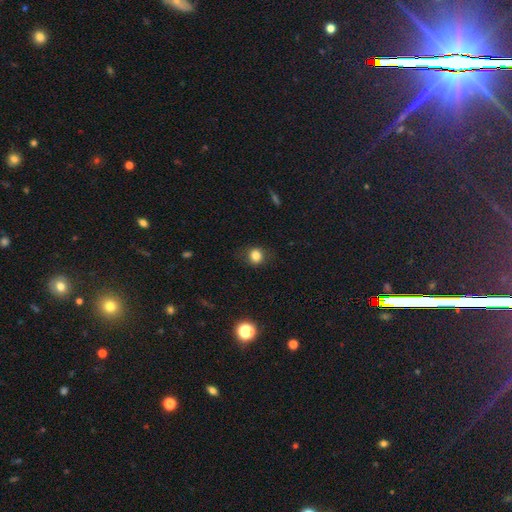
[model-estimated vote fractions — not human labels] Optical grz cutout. It shows a smooth galaxy with no disk features (82%) that is round (80%). Merging: none (81%).